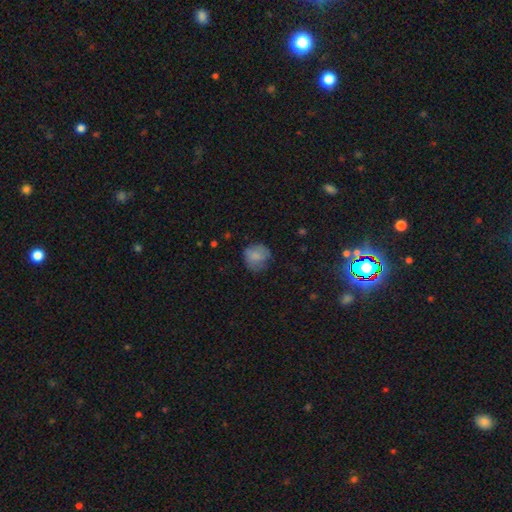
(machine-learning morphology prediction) A smooth galaxy with no disk features (79%) that is round (81%). Merging: none (62%).